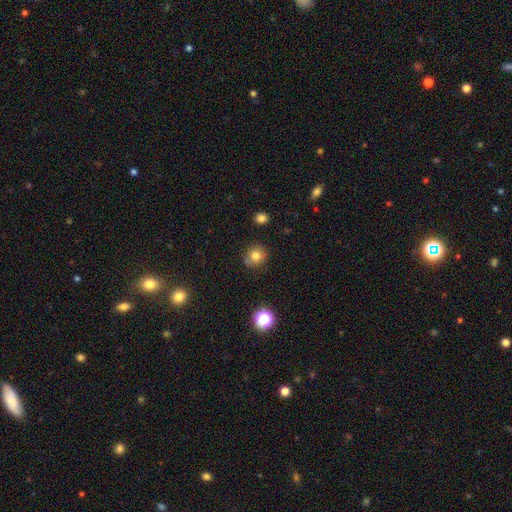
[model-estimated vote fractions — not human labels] Smooth or featured? Predicted: smooth (p=0.79). How rounded? Predicted: round (p=0.88). Merging? Predicted: none (p=0.80).